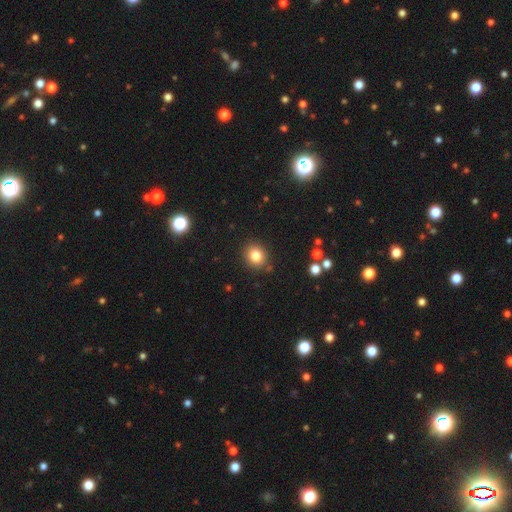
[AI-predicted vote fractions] smooth_or_featured: smooth (p=0.81) [alt: star or artifact p=0.12]
how_rounded: round (p=0.73) [alt: in between p=0.26]
merging: none (p=0.87) [alt: minor disturbance p=0.08]